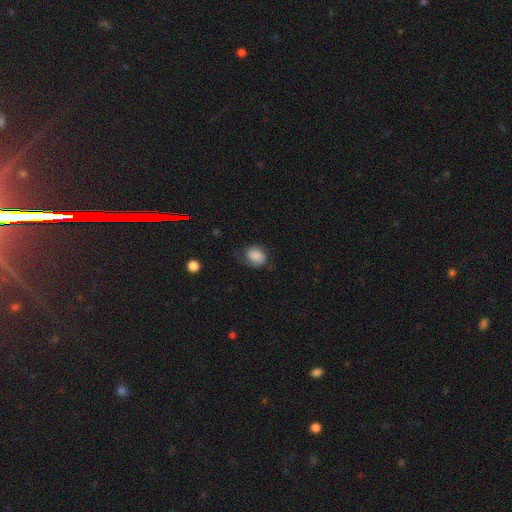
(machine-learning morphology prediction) This is likely a smooth galaxy (78%). How rounded: possibly in between (58%). Merging: possibly none (51%).